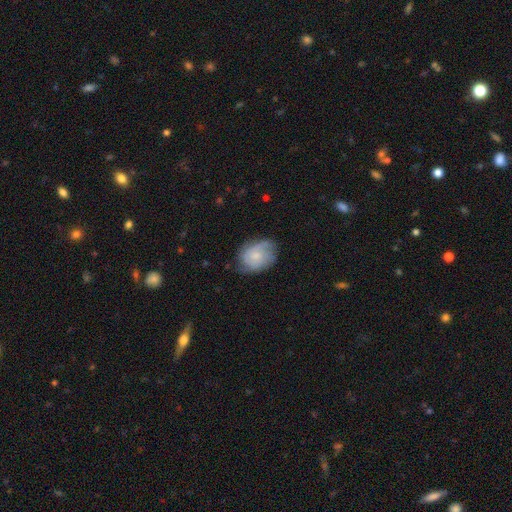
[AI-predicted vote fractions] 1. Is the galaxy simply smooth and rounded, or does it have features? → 51% featured or disk, 42% smooth, 7% star or artifact.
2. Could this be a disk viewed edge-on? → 97% no, 3% yes.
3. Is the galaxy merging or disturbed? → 63% none, 27% minor disturbance, 9% major disturbance, 1% merger.